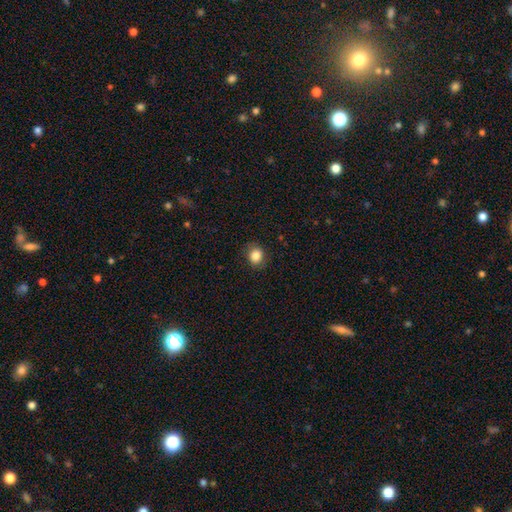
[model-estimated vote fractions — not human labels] A smooth galaxy with no disk features (85%) that is round (67%). Merging: none (85%).